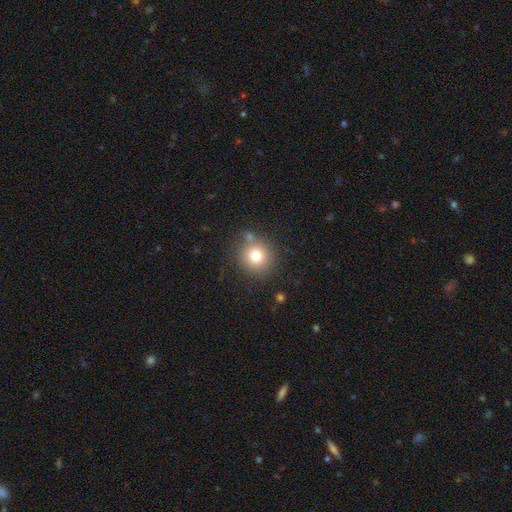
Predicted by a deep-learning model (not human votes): Smooth or featured: smooth — 76% (star or artifact — 13%)
How rounded: round — 91% (in between — 8%)
Merging: none — 76% (minor disturbance — 11%)